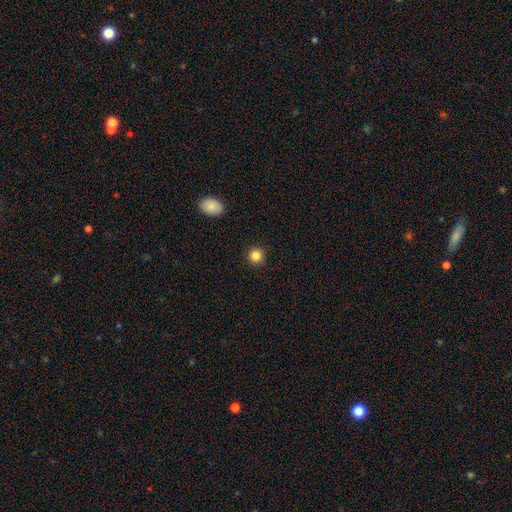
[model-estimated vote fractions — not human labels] Q: Smooth or featured?
A: smooth (84%); runner-up: star or artifact (11%)
Q: How rounded?
A: round (94%); runner-up: in between (5%)
Q: Merging?
A: none (92%); runner-up: minor disturbance (5%)